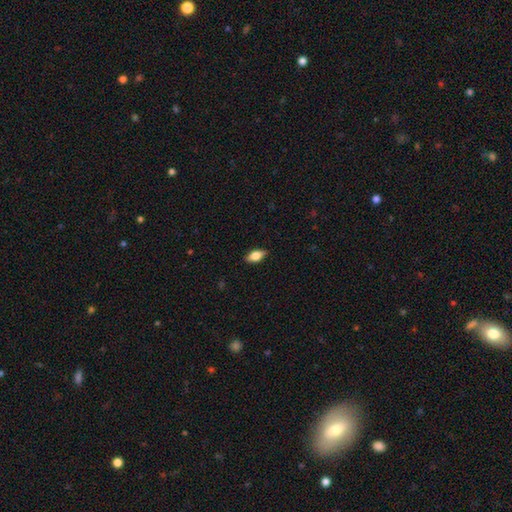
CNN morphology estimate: smooth 72%, featured or disk 20%, star or artifact 7%. Down the decision tree: how rounded — in between (87%); merging — none (86%).